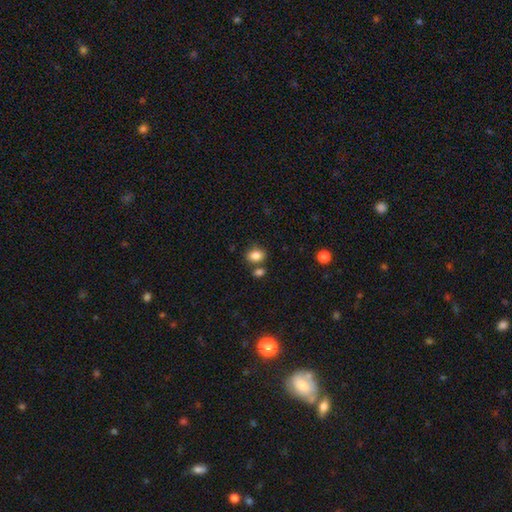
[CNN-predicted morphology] Smooth or featured?
  - smooth: 85% *
  - star or artifact: 10%
  - featured or disk: 6%
How rounded?
  - in between: 64% *
  - round: 35%
  - cigar-shaped: 1%
Merging?
  - none: 66% *
  - merger: 19%
  - minor disturbance: 12%
  - major disturbance: 4%